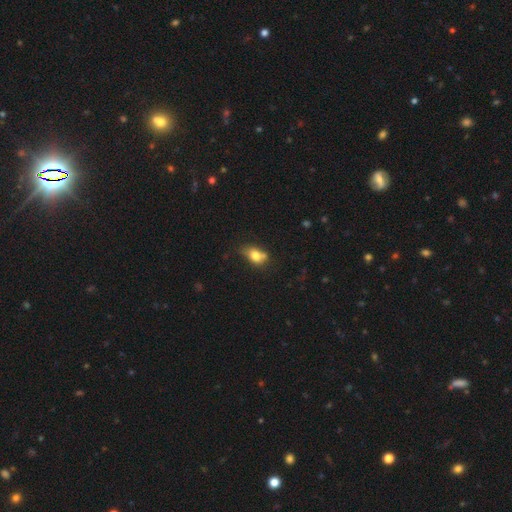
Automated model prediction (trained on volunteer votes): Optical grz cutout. It shows a smooth galaxy with no disk features (76%) that is in between round and cigar-shaped (72%). Merging: none (47%).